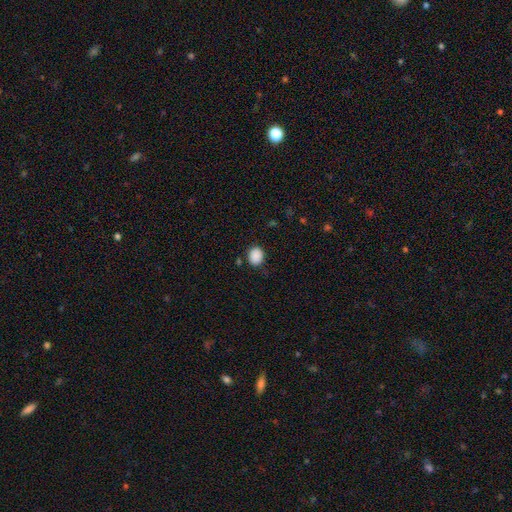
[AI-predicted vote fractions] smooth-or-featured: smooth: 89% | star or artifact: 8% | featured or disk: 3%
  how-rounded: round: 51% | in between: 48% | cigar-shaped: 1%
  merging: none: 83% | minor disturbance: 12% | major disturbance: 3% | merger: 2%